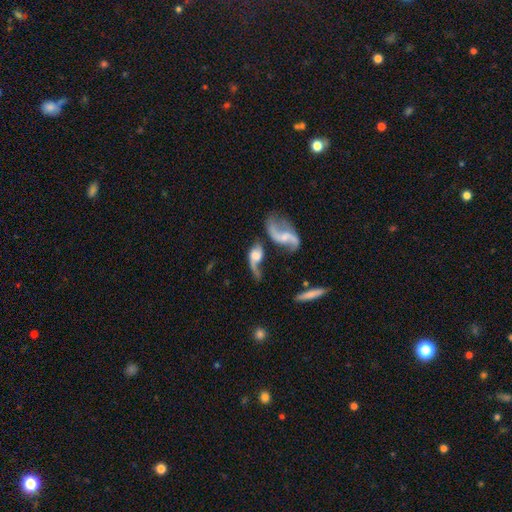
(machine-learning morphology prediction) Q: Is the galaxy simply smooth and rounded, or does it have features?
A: featured or disk — 73%.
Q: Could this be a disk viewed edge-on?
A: no — 90%.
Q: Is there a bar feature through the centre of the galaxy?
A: no — 58%.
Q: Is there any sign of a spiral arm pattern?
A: yes — 85%.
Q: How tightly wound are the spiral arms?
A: loose — 86%.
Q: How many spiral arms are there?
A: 2 — 80%.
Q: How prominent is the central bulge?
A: moderate — 32%.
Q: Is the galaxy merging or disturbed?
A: merger — 35%.